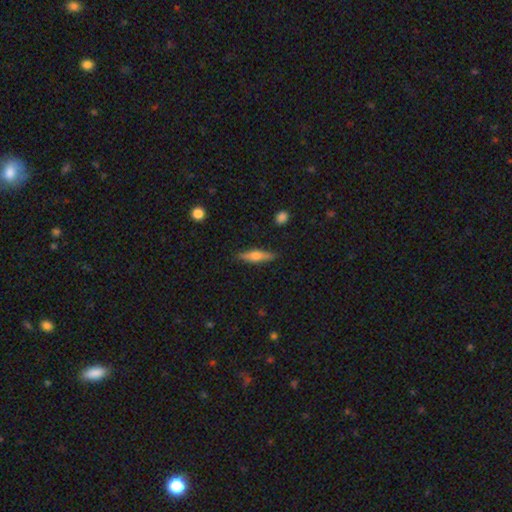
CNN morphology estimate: Smooth or featured?
  - featured or disk: 50% *
  - smooth: 43%
  - star or artifact: 7%
Merging?
  - none: 87% *
  - minor disturbance: 10%
  - major disturbance: 2%
  - merger: 1%